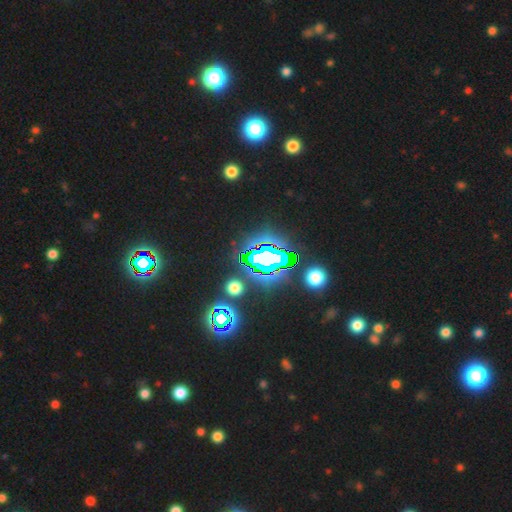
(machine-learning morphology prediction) Overall: star or artifact (82%).